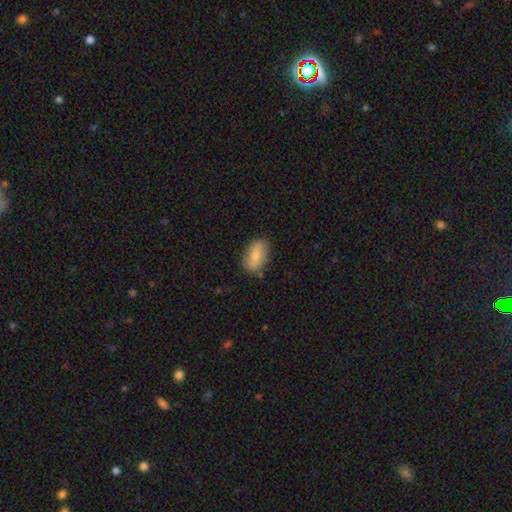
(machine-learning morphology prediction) This is likely a smooth galaxy (67%). How rounded: clearly in between (90%). Merging: likely none (77%).